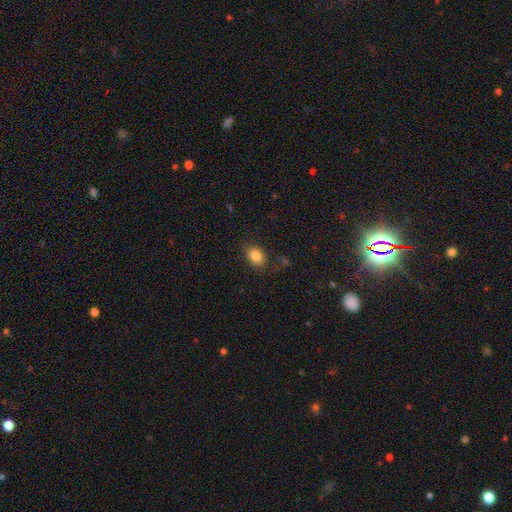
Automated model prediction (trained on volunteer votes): smooth 84%, star or artifact 9%, featured or disk 6%. Down the decision tree: how rounded — in between (74%); merging — none (80%).